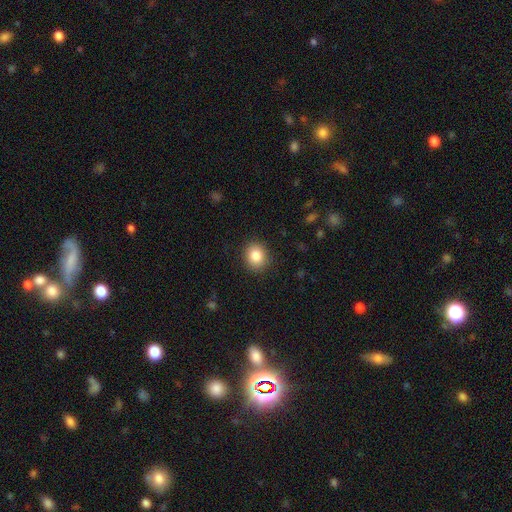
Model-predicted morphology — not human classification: Smooth or featured: smooth — 85% (star or artifact — 9%)
How rounded: round — 72% (in between — 27%)
Merging: none — 89% (minor disturbance — 8%)